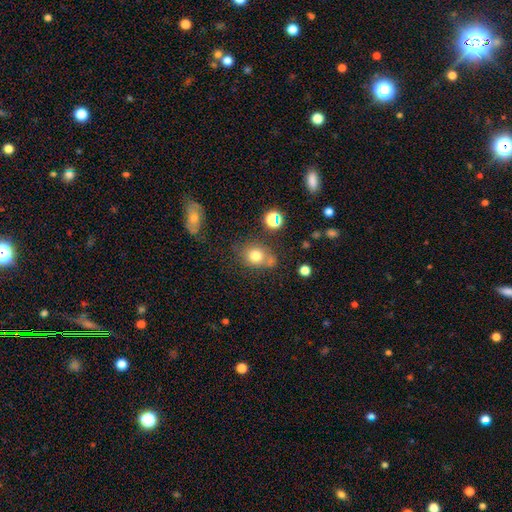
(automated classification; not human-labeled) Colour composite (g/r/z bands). It shows a smooth galaxy with no disk features (76%) that is round (66%). Merging: none (61%).